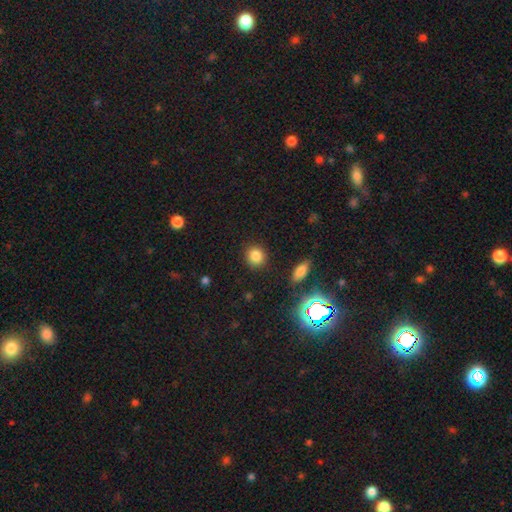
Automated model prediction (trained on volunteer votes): Smooth or featured? Predicted: smooth (p=0.84). How rounded? Predicted: round (p=0.81). Merging? Predicted: none (p=0.88).